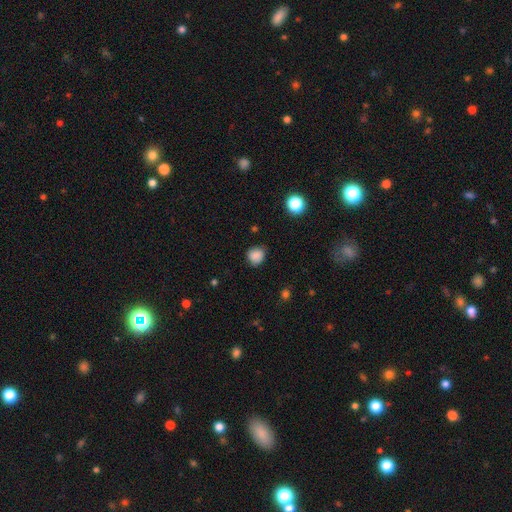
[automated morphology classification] Q: Smooth or featured?
A: smooth (85%); runner-up: star or artifact (10%)
Q: How rounded?
A: round (72%); runner-up: in between (27%)
Q: Merging?
A: none (73%); runner-up: minor disturbance (21%)